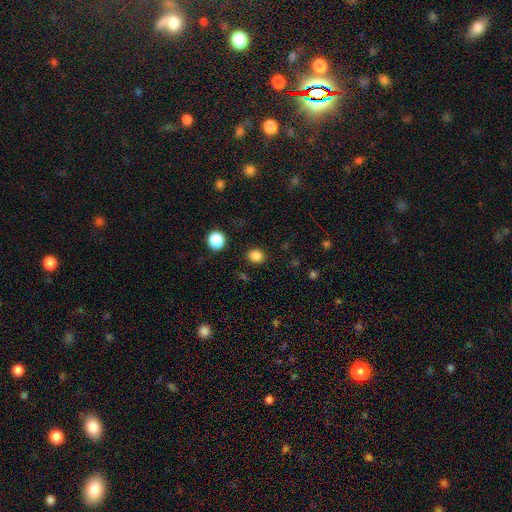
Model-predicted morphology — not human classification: Smooth or featured? Predicted: smooth (p=0.84). How rounded? Predicted: round (p=0.79). Merging? Predicted: none (p=0.89).